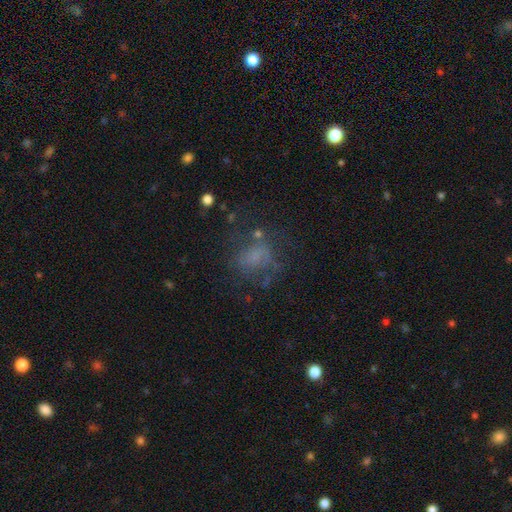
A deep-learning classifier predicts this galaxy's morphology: Overall: smooth (47%; featured or disk 33%). Merging: none (52%; major disturbance 24%).